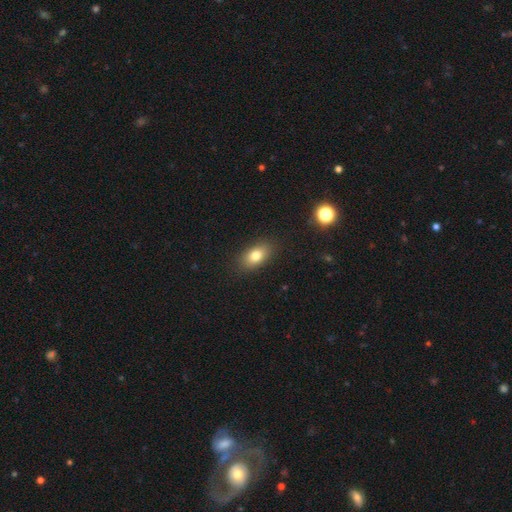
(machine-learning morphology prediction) This is likely a smooth galaxy (79%). How rounded: clearly in between (86%). Merging: clearly none (87%).